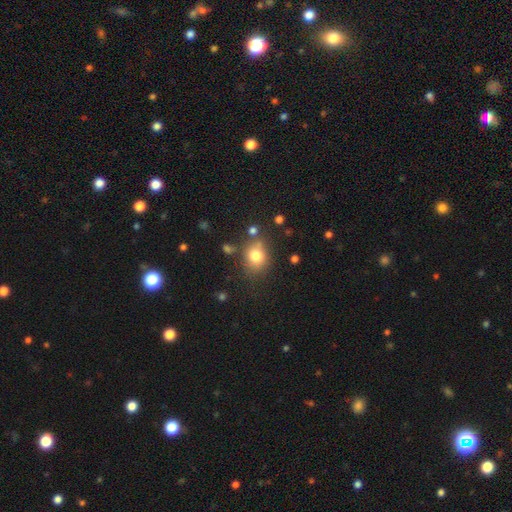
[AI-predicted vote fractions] Smooth or featured?
  - smooth: 78% *
  - star or artifact: 12%
  - featured or disk: 10%
How rounded?
  - round: 64% *
  - in between: 35%
  - cigar-shaped: 1%
Merging?
  - none: 69% *
  - minor disturbance: 17%
  - merger: 9%
  - major disturbance: 6%